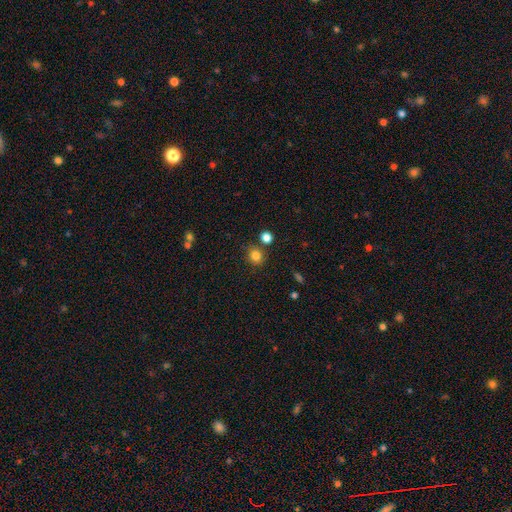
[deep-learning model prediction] Q: Smooth or featured?
A: smooth (82%); runner-up: star or artifact (12%)
Q: How rounded?
A: round (84%); runner-up: in between (15%)
Q: Merging?
A: none (77%); runner-up: minor disturbance (10%)